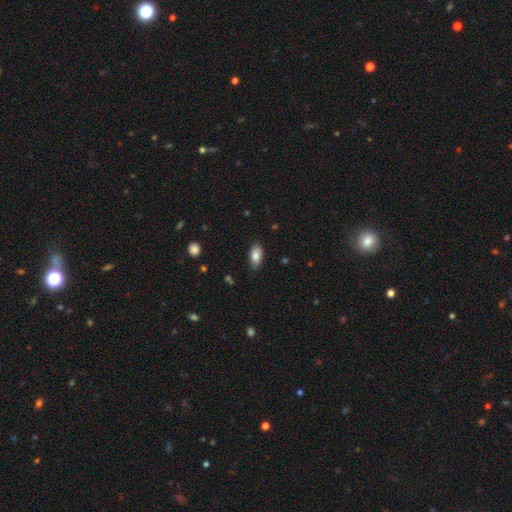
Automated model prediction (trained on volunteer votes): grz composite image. It shows a smooth galaxy with no disk features (83%) that is in between round and cigar-shaped (92%). Merging: none (85%).